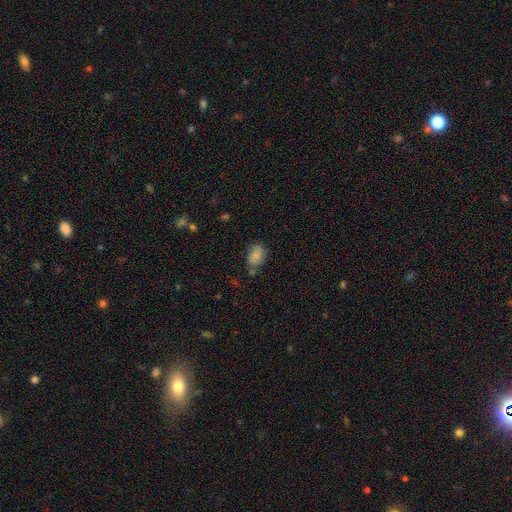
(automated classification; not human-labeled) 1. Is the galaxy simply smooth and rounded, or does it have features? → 80% smooth, 11% featured or disk, 9% star or artifact.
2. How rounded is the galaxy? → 80% in between, 18% round, 1% cigar-shaped.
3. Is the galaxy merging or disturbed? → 63% none, 22% minor disturbance, 9% merger, 5% major disturbance.